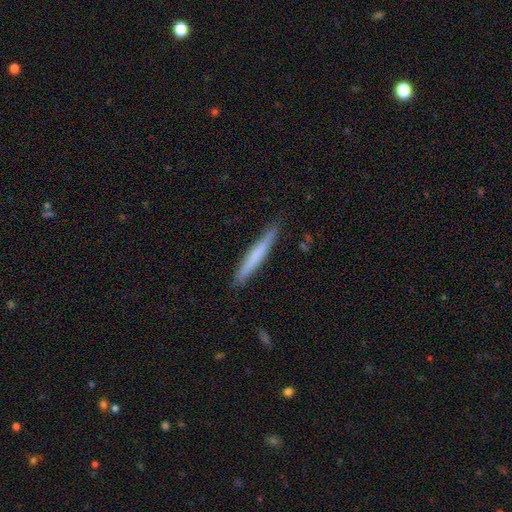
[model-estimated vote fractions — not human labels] Smooth or featured: smooth — 63% (featured or disk — 32%)
How rounded: cigar-shaped — 96% (in between — 2%)
Merging: none — 88% (minor disturbance — 9%)